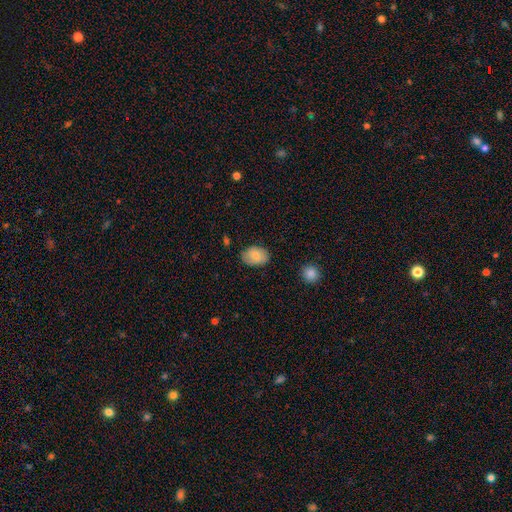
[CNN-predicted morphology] Smooth or featured? smooth (84%)
How rounded? in between (80%)
Merging? none (80%)